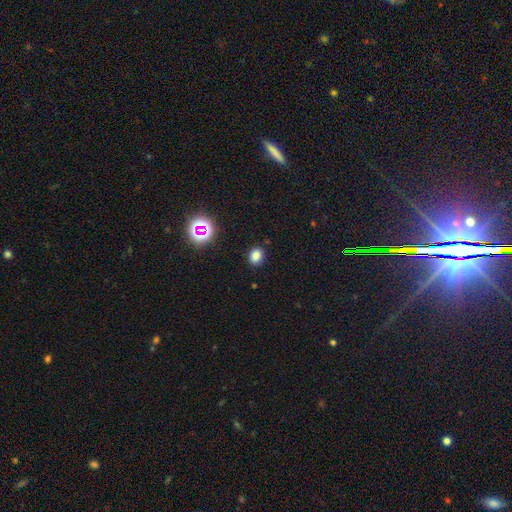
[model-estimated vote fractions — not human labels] A smooth galaxy with no disk features (79%) that is in between round and cigar-shaped (58%). Merging: none (87%).